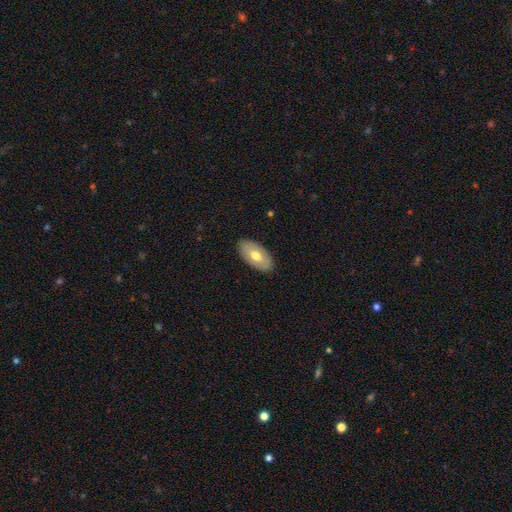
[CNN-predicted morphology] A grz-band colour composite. It shows a smooth galaxy with no disk features (60%) that is in between round and cigar-shaped (95%). Merging: none (87%).